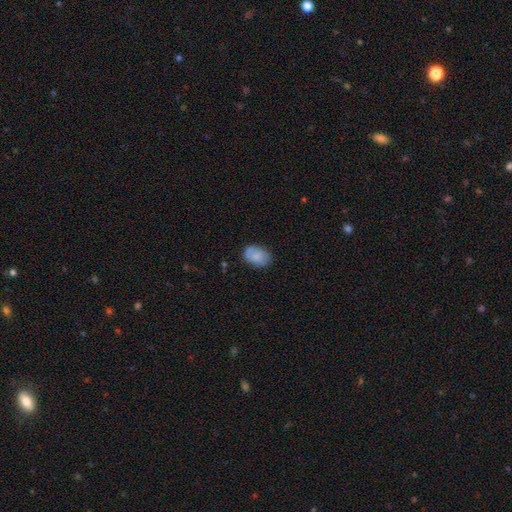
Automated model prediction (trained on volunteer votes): The model was most divided on "merging": none: 73%, minor disturbance: 20%, major disturbance: 5%, merger: 2%. More confident: how rounded — in between (79%); smooth or featured — smooth (78%).